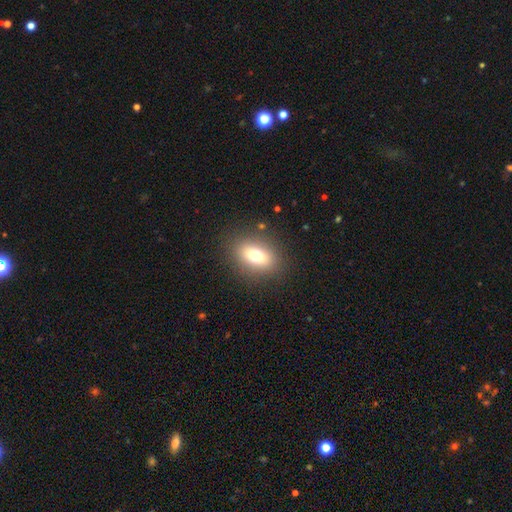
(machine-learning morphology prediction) This appears to be a smooth galaxy with no disk features (72%) that is in between round and cigar-shaped (73%). Merging: none (86%).